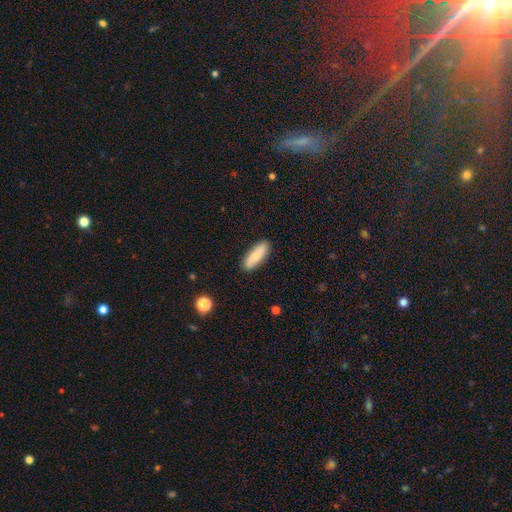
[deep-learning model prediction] Q: Smooth or featured?
A: smooth (76%); runner-up: featured or disk (18%)
Q: How rounded?
A: in between (54%); runner-up: cigar-shaped (44%)
Q: Merging?
A: none (88%); runner-up: minor disturbance (9%)